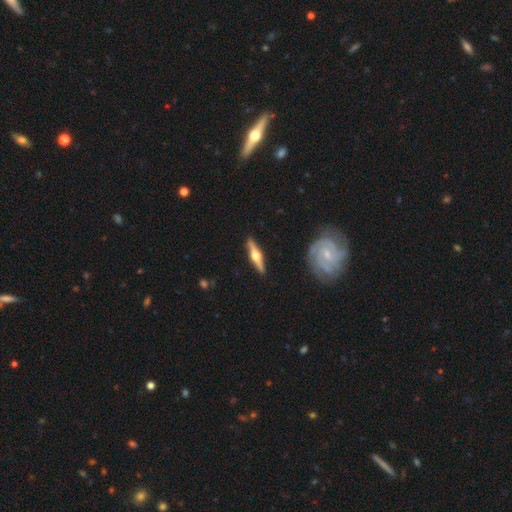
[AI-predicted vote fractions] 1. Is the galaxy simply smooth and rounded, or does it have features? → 75% featured or disk, 20% smooth, 4% star or artifact.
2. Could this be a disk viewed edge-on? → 97% yes, 3% no.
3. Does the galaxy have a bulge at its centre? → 95% rounded, 3% boxy, 2% none.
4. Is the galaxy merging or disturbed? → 90% none, 7% minor disturbance, 2% major disturbance, 2% merger.